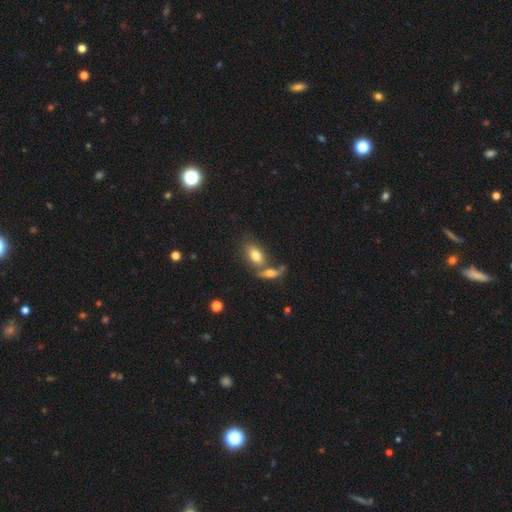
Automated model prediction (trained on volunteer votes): This appears to be a smooth galaxy with no disk features (77%) that is in between round and cigar-shaped (87%). Merging: none (49%).